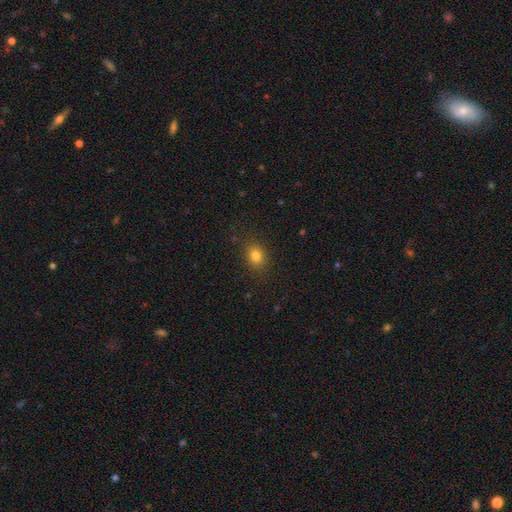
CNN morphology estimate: A smooth galaxy with no disk features (81%) that is in between round and cigar-shaped (53%). Merging: none (86%).